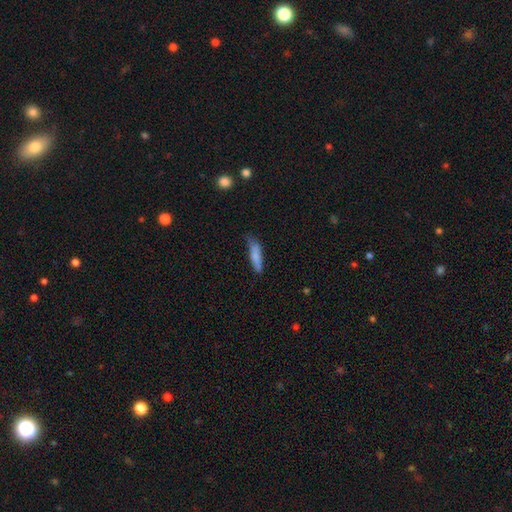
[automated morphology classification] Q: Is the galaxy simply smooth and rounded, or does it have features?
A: smooth — 79%.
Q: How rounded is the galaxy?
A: cigar-shaped — 72%.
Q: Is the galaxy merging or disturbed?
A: none — 56%.